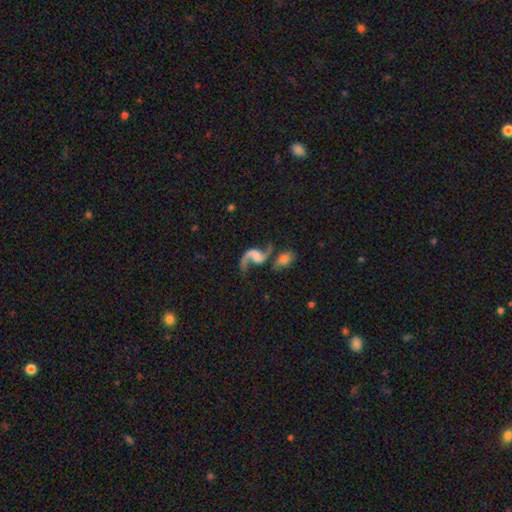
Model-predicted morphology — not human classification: Smooth or featured?
  - featured or disk: 82% *
  - smooth: 10%
  - star or artifact: 8%
Edge-on disk?
  - no: 97% *
  - yes: 3%
Bar?
  - no: 50% *
  - weak: 36%
  - strong: 14%
Spiral arms?
  - yes: 94% *
  - no: 6%
Spiral winding?
  - loose: 79% *
  - medium: 18%
  - tight: 3%
Spiral arm count?
  - 2: 78% *
  - 1: 18%
  - can't tell: 2%
  - 3: 1%
  - 4: 1%
  - more than 4: 1%
Bulge size?
  - none: 53% *
  - small: 17%
  - moderate: 15%
  - large: 12%
  - dominant: 3%
Merging?
  - none: 37% *
  - merger: 34%
  - major disturbance: 16%
  - minor disturbance: 13%